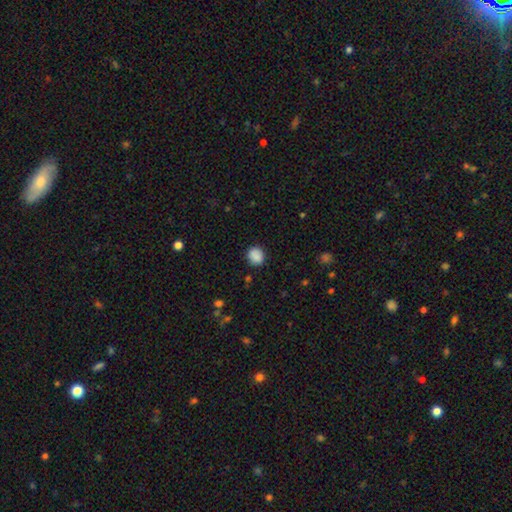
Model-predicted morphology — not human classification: This is clearly a smooth galaxy (88%). How rounded: likely round (78%). Merging: clearly none (87%).